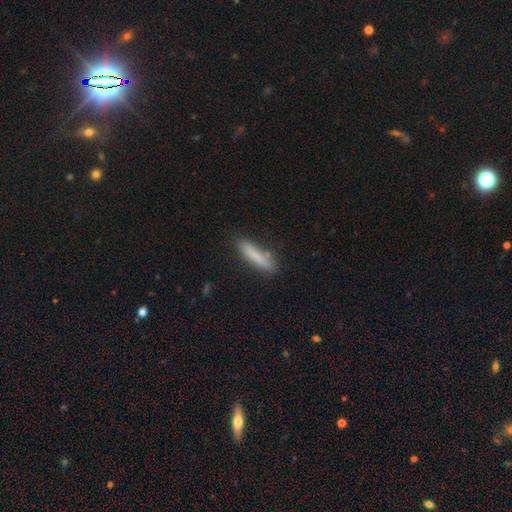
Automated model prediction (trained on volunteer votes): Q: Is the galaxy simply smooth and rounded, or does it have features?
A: smooth — 79%.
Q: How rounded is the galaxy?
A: cigar-shaped — 86%.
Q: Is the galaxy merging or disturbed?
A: none — 79%.